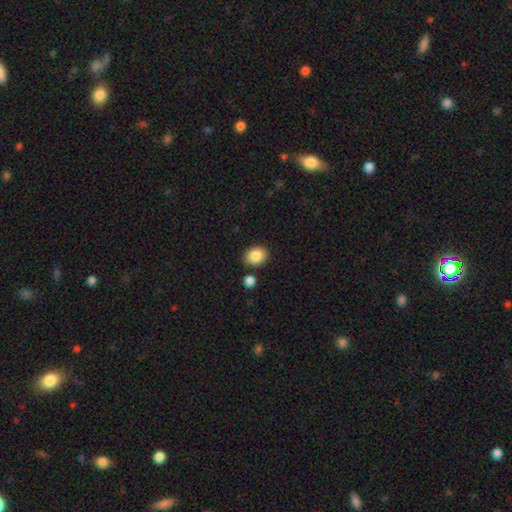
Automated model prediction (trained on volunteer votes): Smooth or featured? Predicted: smooth (p=0.87). How rounded? Predicted: round (p=0.50). Merging? Predicted: none (p=0.81).